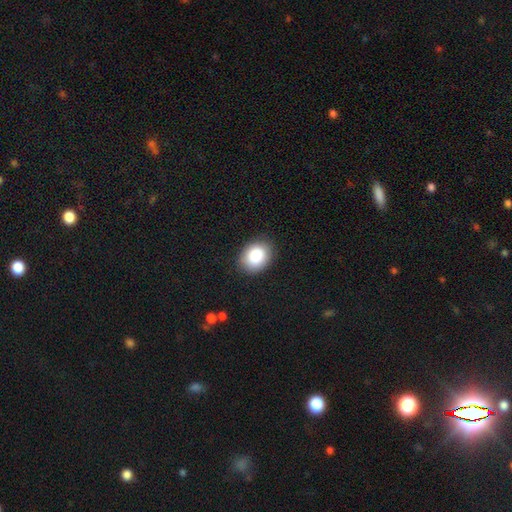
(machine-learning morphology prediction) A smooth galaxy with no disk features (85%) that is in between round and cigar-shaped (58%). Merging: none (86%).